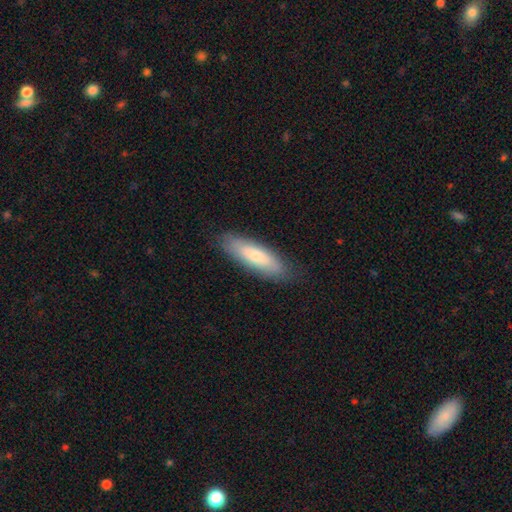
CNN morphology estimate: A smooth galaxy with no disk features (68%) that is cigar-shaped (55%).

Vote fractions:
- Smooth or featured? smooth: 68% / featured or disk: 26% / star or artifact: 6%
- How rounded? cigar-shaped: 55% / in between: 44% / round: 2%
- Merging? none: 84% / minor disturbance: 13% / major disturbance: 3% / merger: 1%